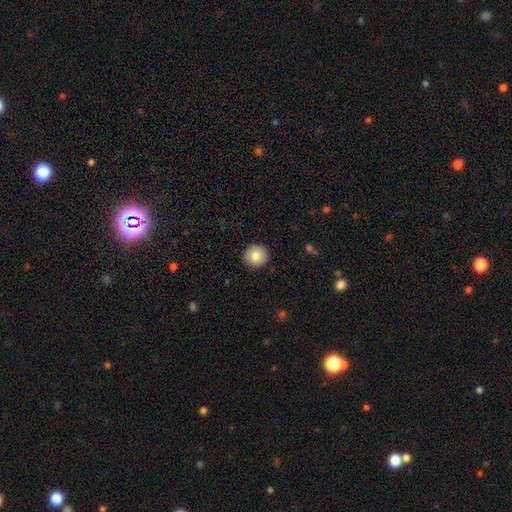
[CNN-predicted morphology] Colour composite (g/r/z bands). It shows a smooth galaxy with no disk features (81%) that is round (92%). Merging: none (91%).